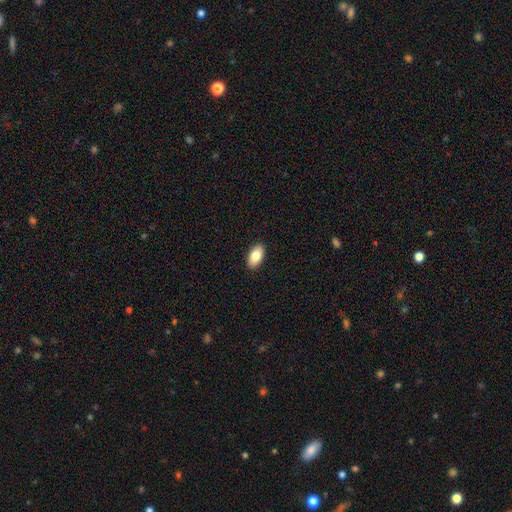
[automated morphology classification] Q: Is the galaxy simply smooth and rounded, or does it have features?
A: smooth — 82%.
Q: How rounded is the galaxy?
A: in between — 93%.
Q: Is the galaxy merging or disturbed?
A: none — 91%.